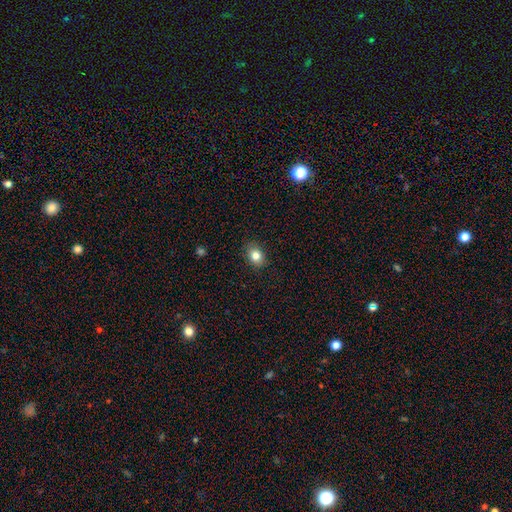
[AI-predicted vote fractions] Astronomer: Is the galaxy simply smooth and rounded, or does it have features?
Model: smooth — 82%.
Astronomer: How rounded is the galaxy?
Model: in between — 58% (runner-up: round, 41%).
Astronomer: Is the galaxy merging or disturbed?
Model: none — 87%.